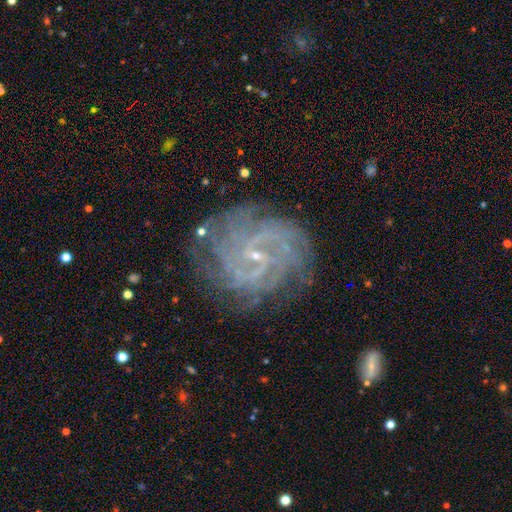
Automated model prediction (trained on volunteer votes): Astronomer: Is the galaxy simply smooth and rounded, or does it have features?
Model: featured or disk — 86%.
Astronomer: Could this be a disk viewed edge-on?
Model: no — 97%.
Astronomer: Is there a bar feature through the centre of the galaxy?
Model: weak — 50% (runner-up: no, 33%).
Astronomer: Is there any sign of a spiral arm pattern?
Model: yes — 96%.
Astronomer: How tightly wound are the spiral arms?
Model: tight — 67%.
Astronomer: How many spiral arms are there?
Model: can't tell — 29% (runner-up: 4, 22%).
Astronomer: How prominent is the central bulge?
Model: small — 83%.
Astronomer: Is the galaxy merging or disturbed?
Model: none — 75%.